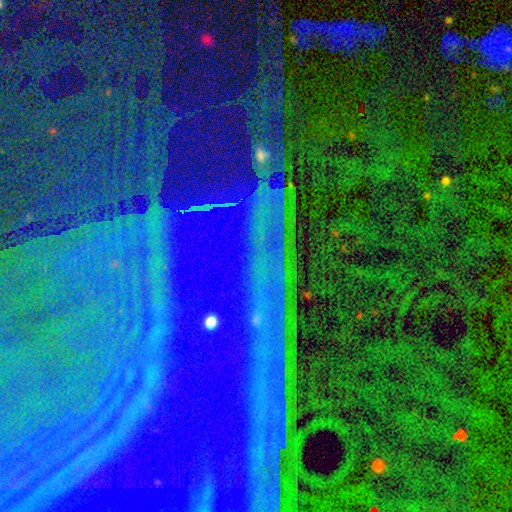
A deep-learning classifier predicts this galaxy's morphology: The model was most divided on "smooth or featured": star or artifact: 86%, featured or disk: 8%, smooth: 6%.